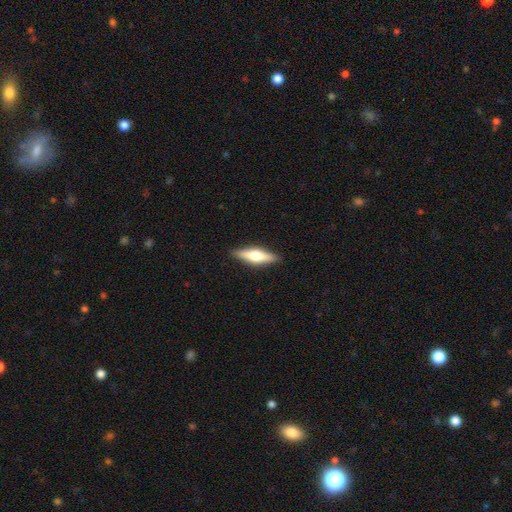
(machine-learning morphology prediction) Smooth or featured?
  - featured or disk: 53% *
  - smooth: 41%
  - star or artifact: 6%
Edge-on disk?
  - yes: 95% *
  - no: 5%
Merging?
  - none: 89% *
  - minor disturbance: 8%
  - major disturbance: 2%
  - merger: 1%